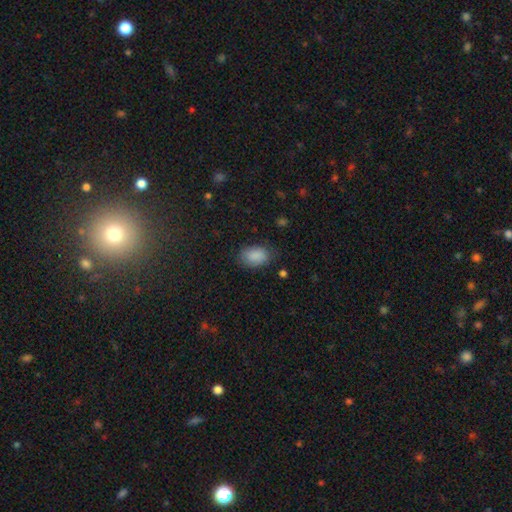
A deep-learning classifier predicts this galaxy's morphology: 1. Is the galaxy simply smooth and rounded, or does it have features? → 88% smooth, 8% star or artifact, 5% featured or disk.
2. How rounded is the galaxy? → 84% in between, 15% round, 1% cigar-shaped.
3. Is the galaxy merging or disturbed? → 75% none, 19% minor disturbance, 5% major disturbance, 1% merger.